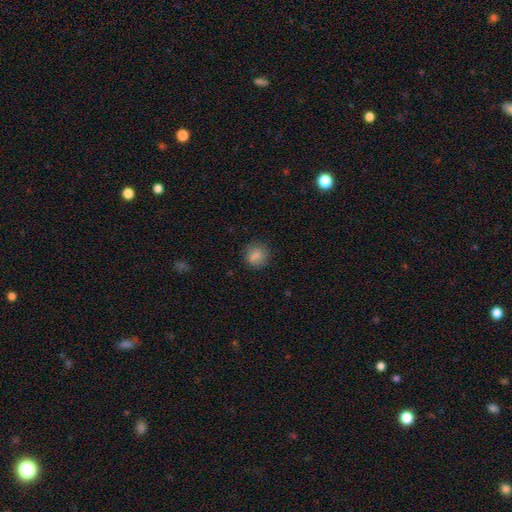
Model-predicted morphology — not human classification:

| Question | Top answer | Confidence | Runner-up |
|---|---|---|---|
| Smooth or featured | smooth | 82% | star or artifact (10%) |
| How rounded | round | 84% | in between (15%) |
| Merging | none | 80% | minor disturbance (12%) |